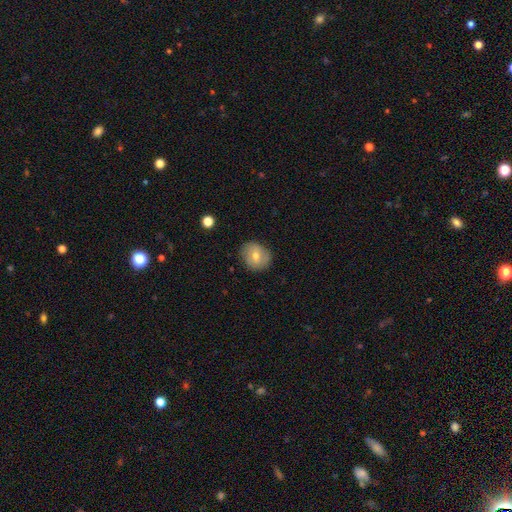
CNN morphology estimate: A smooth galaxy with no disk features (61%) that is round (74%). Merging: none (84%).